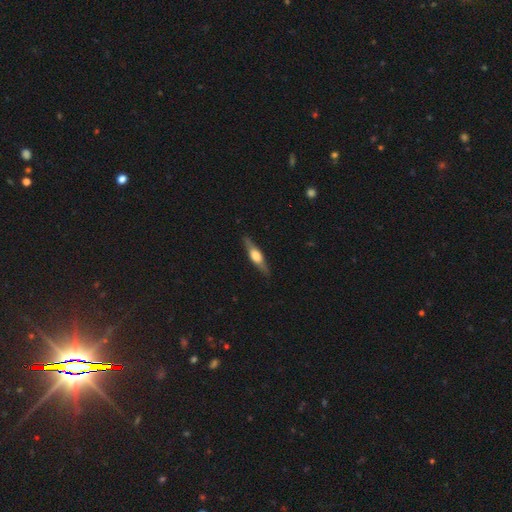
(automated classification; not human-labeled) Morphology: type=featured or disk (65%); edge-on=yes (95%); edge-on bulge=rounded (84%); merging=none (86%).